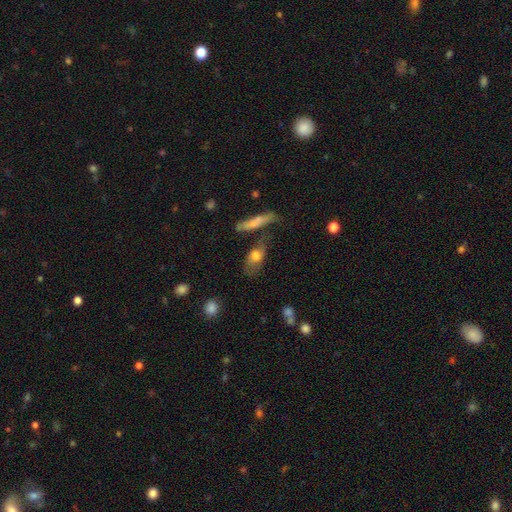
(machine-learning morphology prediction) The model was most divided on "merging": none: 50%, minor disturbance: 22%, merger: 16%, major disturbance: 13%. More confident: how rounded — in between (70%); smooth or featured — smooth (61%).